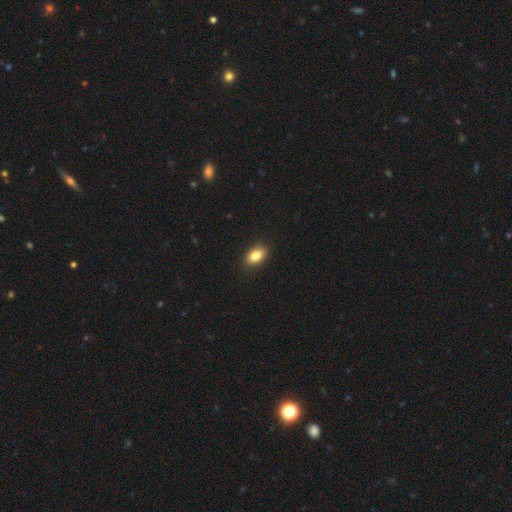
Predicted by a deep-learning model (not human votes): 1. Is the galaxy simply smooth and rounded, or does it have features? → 84% smooth, 8% star or artifact, 8% featured or disk.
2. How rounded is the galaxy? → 88% in between, 10% round, 2% cigar-shaped.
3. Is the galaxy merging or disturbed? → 90% none, 8% minor disturbance, 2% major disturbance, 1% merger.